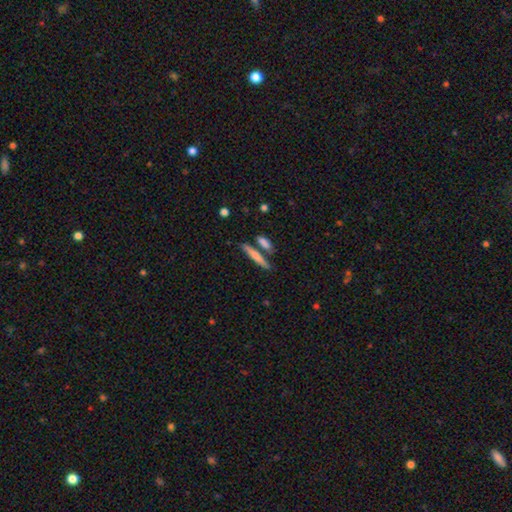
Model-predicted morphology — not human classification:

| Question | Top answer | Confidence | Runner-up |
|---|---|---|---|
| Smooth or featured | smooth | 68% | featured or disk (26%) |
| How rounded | cigar-shaped | 88% | in between (9%) |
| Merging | none | 71% | merger (16%) |